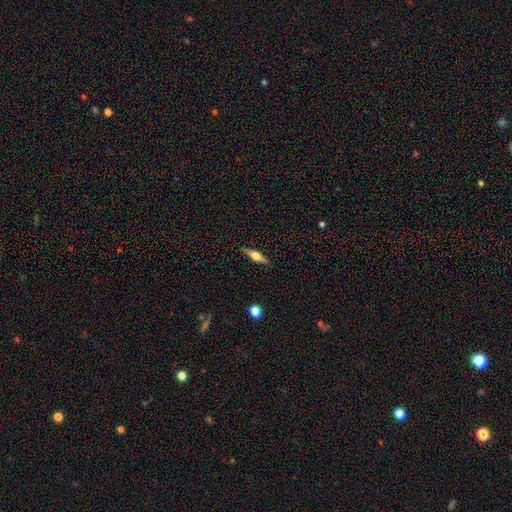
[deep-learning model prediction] Smooth or featured? Predicted: featured or disk (p=0.61). Edge-on disk? Predicted: yes (p=0.96). Edge-on bulge? Predicted: rounded (p=0.91). Merging? Predicted: none (p=0.88).